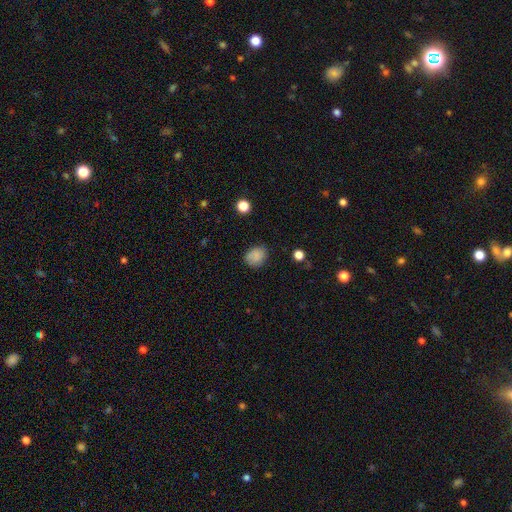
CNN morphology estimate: Smooth or featured? Predicted: smooth (p=0.85). How rounded? Predicted: round (p=0.50, tied with in between). Merging? Predicted: none (p=0.75).